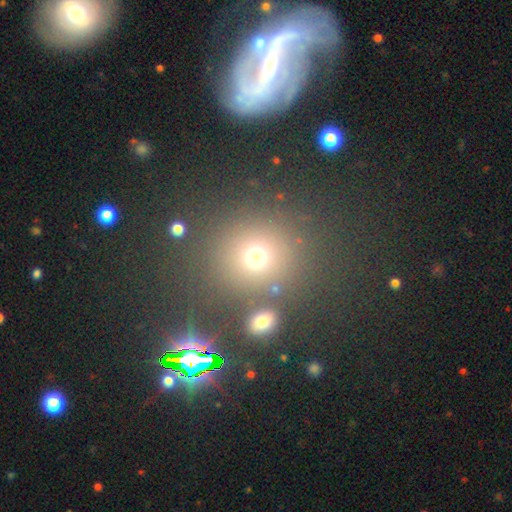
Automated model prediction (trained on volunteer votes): The model was most divided on "smooth or featured": smooth: 69%, star or artifact: 20%, featured or disk: 10%. More confident: how rounded — round (84%); merging — none (69%).